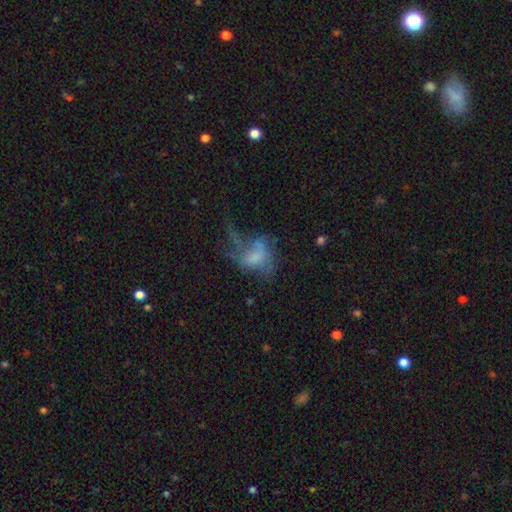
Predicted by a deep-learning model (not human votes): Smooth or featured: featured or disk — 44% (smooth — 43%)
Merging: major disturbance — 56% (none — 21%)